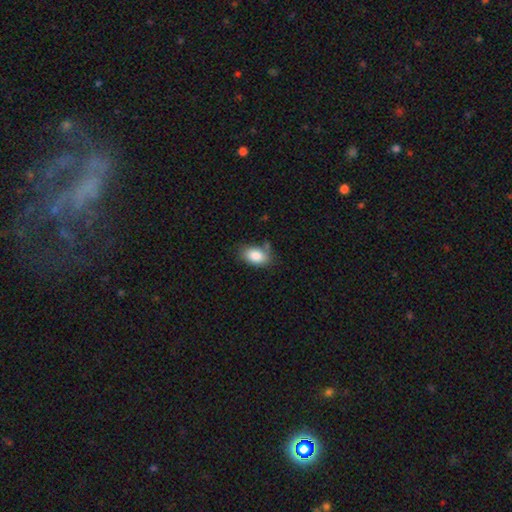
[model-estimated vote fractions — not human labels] Q: Smooth or featured?
A: smooth (86%); runner-up: star or artifact (7%)
Q: How rounded?
A: in between (91%); runner-up: round (7%)
Q: Merging?
A: none (71%); runner-up: minor disturbance (20%)